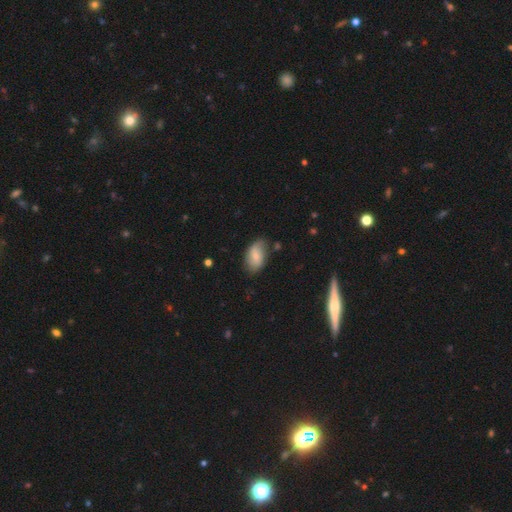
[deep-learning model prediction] The model was most divided on "smooth or featured": smooth: 63%, featured or disk: 30%, star or artifact: 7%. More confident: how rounded — in between (92%); merging — none (67%).